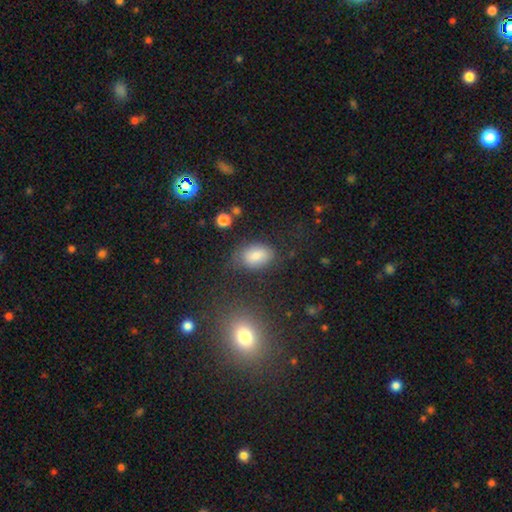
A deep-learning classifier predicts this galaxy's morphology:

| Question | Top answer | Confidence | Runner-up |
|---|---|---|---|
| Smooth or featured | smooth | 70% | star or artifact (15%) |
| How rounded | in between | 85% | round (13%) |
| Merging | none | 71% | minor disturbance (18%) |